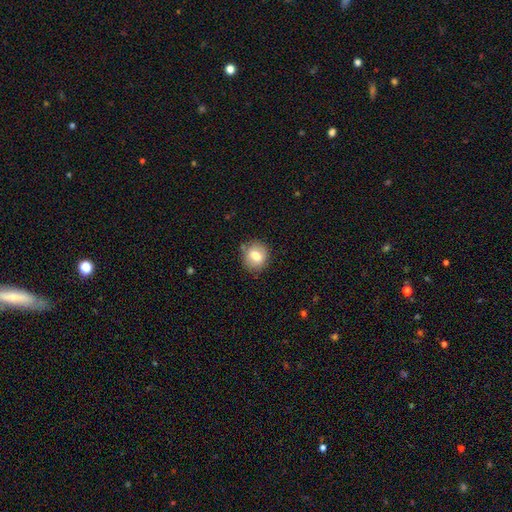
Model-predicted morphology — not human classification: Smooth or featured? Predicted: smooth (p=0.76). How rounded? Predicted: round (p=0.77). Merging? Predicted: none (p=0.81).